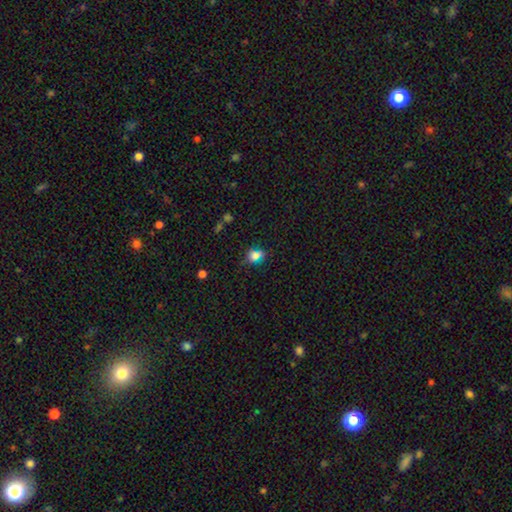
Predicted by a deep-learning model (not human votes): Smooth or featured? Predicted: smooth (p=0.67). How rounded? Predicted: round (p=0.50). Merging? Predicted: none (p=0.70).